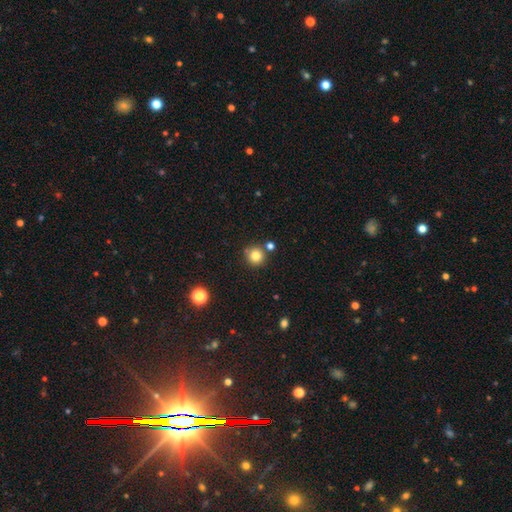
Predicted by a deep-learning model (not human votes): This is clearly a smooth galaxy (81%). How rounded: clearly round (94%). Merging: clearly none (80%).